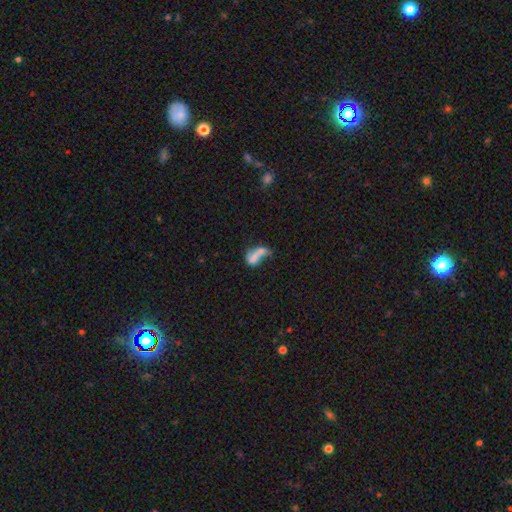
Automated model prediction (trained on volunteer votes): Smooth or featured? smooth (53%)
How rounded? in between (75%)
Merging? merger (41%)